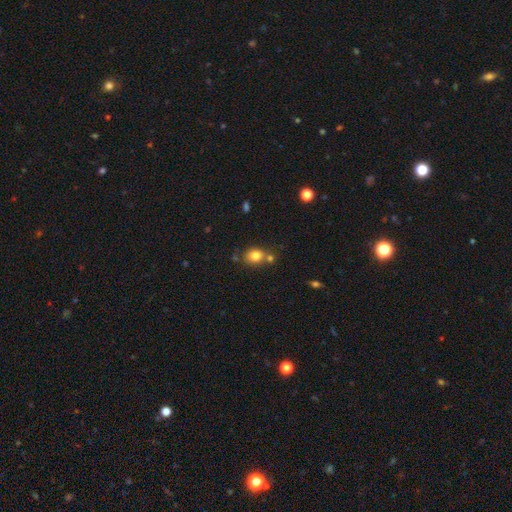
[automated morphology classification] smooth 79%, star or artifact 11%, featured or disk 10%. Down the decision tree: how rounded — round (58%); merging — none (62%).